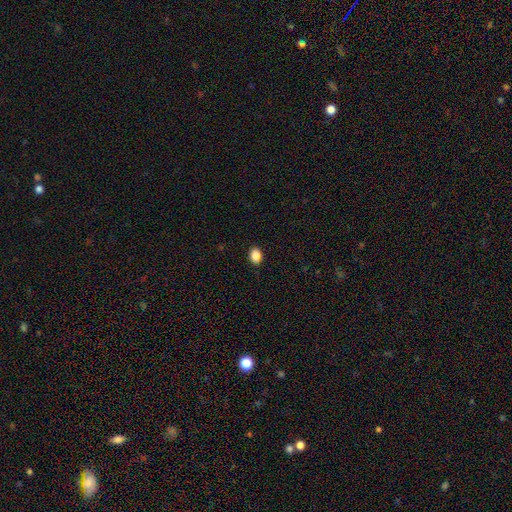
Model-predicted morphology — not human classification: The model was most divided on "how rounded": in between: 64%, round: 35%, cigar-shaped: 1%. More confident: merging — none (91%); smooth or featured — smooth (88%).